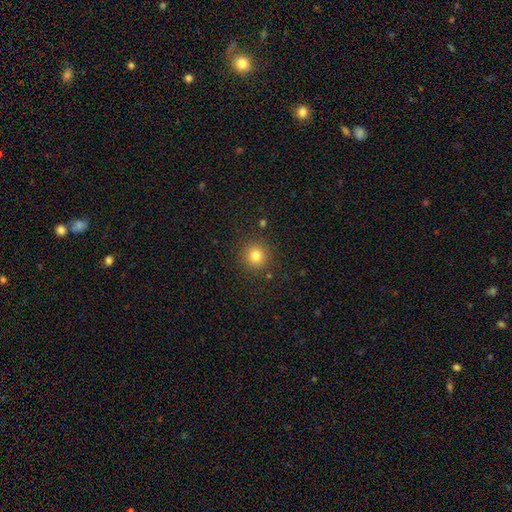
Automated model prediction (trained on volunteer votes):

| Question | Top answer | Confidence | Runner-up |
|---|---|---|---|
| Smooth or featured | smooth | 81% | star or artifact (12%) |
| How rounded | round | 92% | in between (7%) |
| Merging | none | 88% | minor disturbance (7%) |